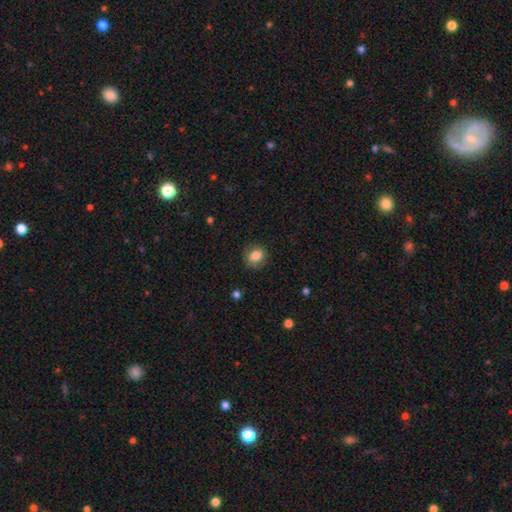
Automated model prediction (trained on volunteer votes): Morphology: type=smooth (84%); roundness=round (64%); merging=none (83%).